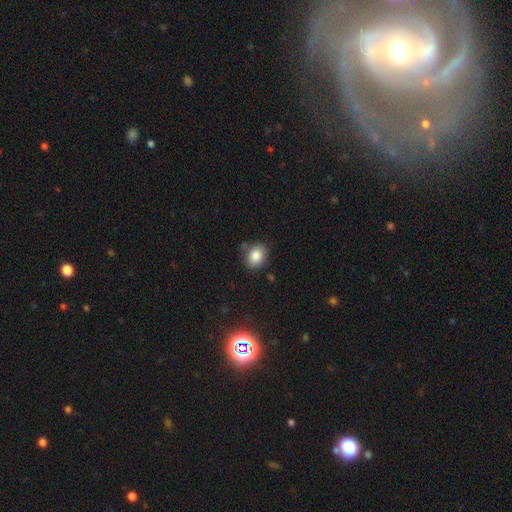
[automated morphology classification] smooth_or_featured: smooth (p=0.85) [alt: star or artifact p=0.09]
how_rounded: in between (p=0.50) [alt: round p=0.49]
merging: none (p=0.76) [alt: minor disturbance p=0.15]